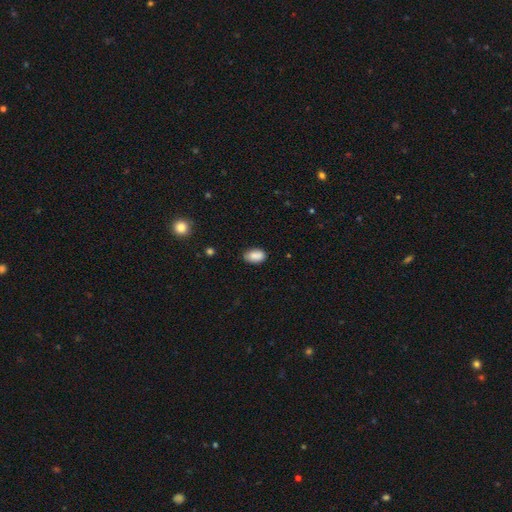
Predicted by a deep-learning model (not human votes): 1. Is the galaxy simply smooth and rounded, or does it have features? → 88% smooth, 8% star or artifact, 4% featured or disk.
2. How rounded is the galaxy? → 91% in between, 7% round, 2% cigar-shaped.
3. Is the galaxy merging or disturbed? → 79% none, 16% minor disturbance, 3% major disturbance, 1% merger.